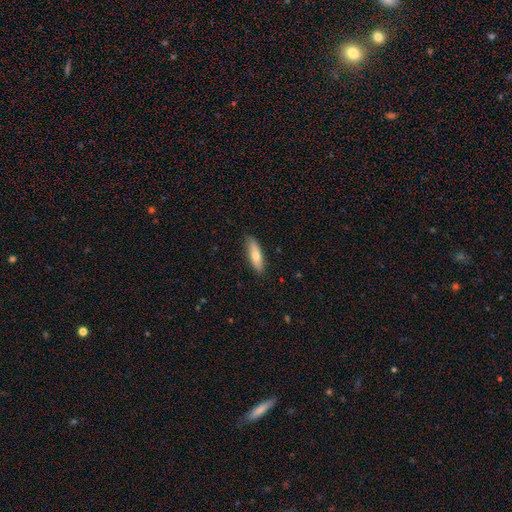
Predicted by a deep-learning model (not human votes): smooth 68%, featured or disk 26%, star or artifact 6%. Down the decision tree: how rounded — cigar-shaped (50%); merging — none (85%).